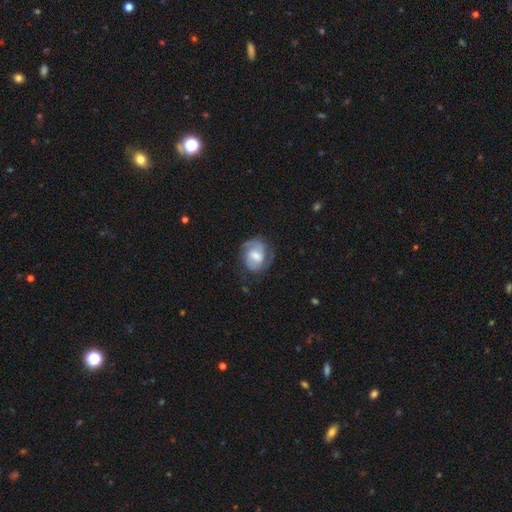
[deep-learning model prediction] Overall: featured or disk (72%). Edge-on disk: no (98%). Bar: weak (54%; no 25%). Spiral arms: yes (91%). Spiral arm count: 2 (75%). Spiral winding: medium (44%; tight 41%). Bulge size: moderate (52%; small 25%). Merging: none (65%).